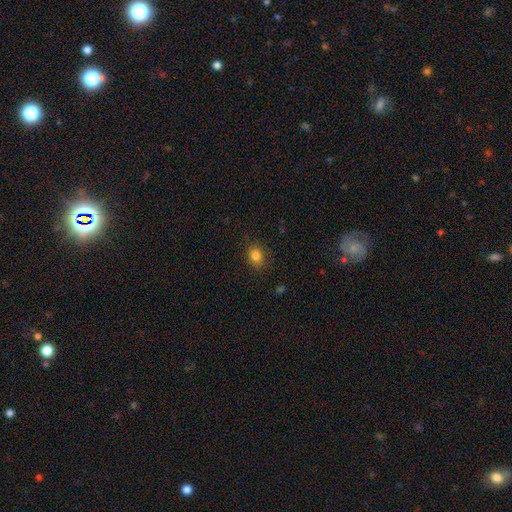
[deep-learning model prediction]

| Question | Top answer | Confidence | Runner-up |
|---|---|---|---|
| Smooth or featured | smooth | 83% | star or artifact (11%) |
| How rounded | in between | 52% | round (47%) |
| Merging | none | 84% | minor disturbance (12%) |